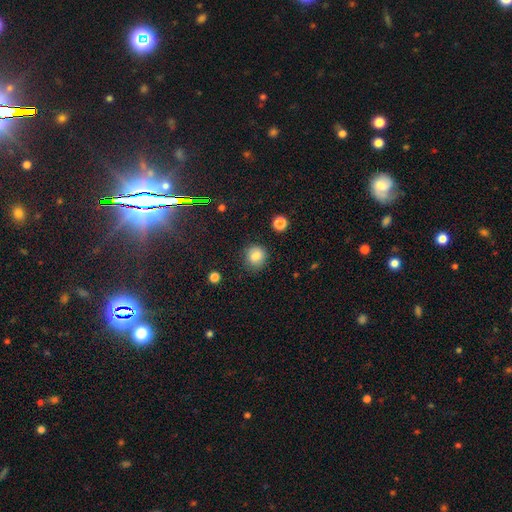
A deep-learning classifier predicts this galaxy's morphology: The model was most divided on "merging": none: 82%, minor disturbance: 13%, major disturbance: 3%, merger: 2%. More confident: how rounded — round (84%); smooth or featured — smooth (83%).